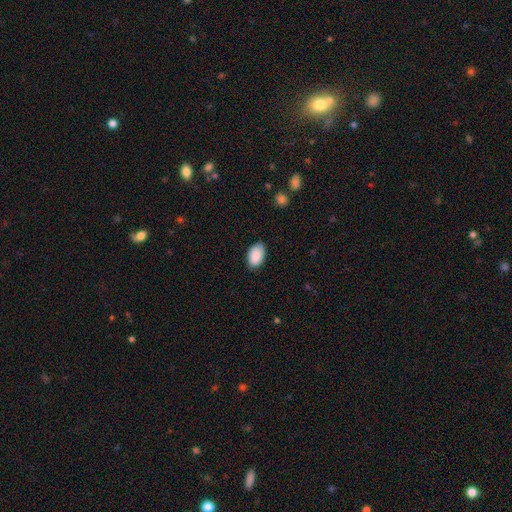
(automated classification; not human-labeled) Smooth or featured: smooth — 90% (star or artifact — 6%)
How rounded: in between — 93% (round — 6%)
Merging: none — 83% (minor disturbance — 14%)